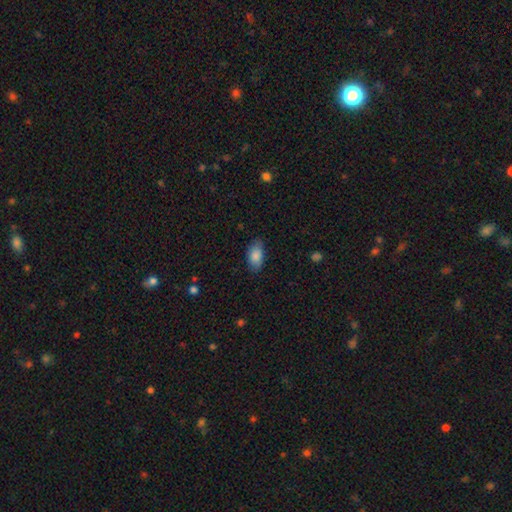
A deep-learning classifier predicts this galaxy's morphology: Q: Smooth or featured?
A: smooth (86%); runner-up: featured or disk (7%)
Q: How rounded?
A: in between (92%); runner-up: round (4%)
Q: Merging?
A: none (80%); runner-up: minor disturbance (15%)